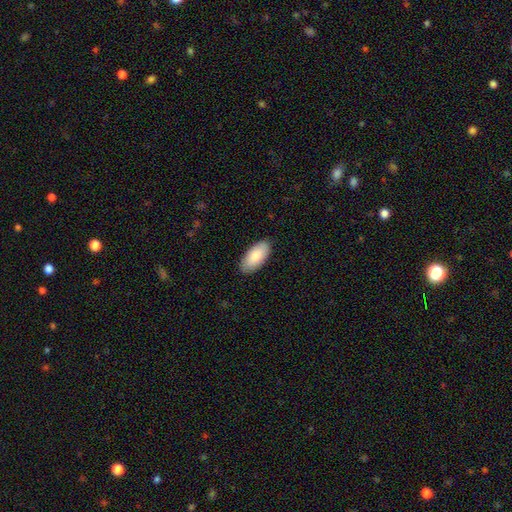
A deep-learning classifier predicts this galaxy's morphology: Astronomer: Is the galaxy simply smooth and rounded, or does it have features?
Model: smooth — 86%.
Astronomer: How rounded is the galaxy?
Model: in between — 95%.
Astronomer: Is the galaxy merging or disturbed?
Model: none — 87%.